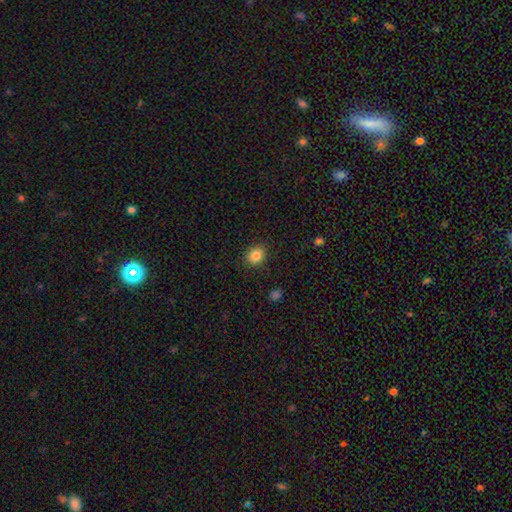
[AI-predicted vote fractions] Smooth or featured?
  - smooth: 85% *
  - star or artifact: 10%
  - featured or disk: 5%
How rounded?
  - round: 63% *
  - in between: 36%
  - cigar-shaped: 1%
Merging?
  - none: 88% *
  - minor disturbance: 9%
  - major disturbance: 2%
  - merger: 1%